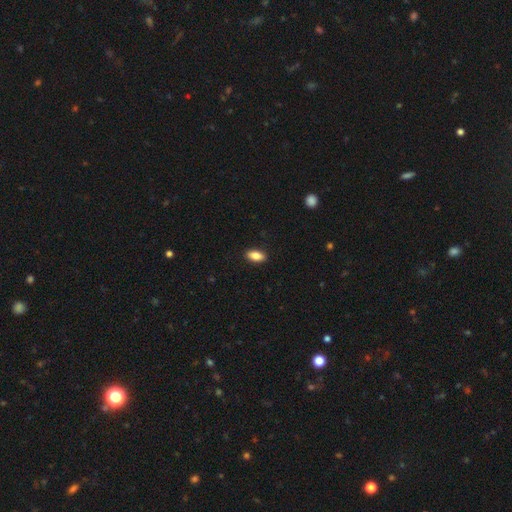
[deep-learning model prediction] A smooth galaxy with no disk features (86%) that is in between round and cigar-shaped (89%). Merging: none (90%).